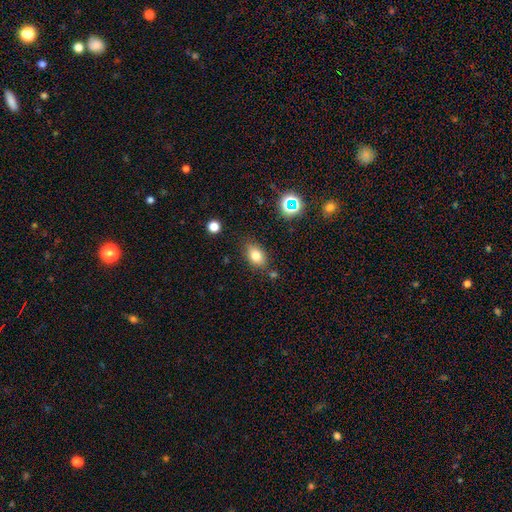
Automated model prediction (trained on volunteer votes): smooth 78%, star or artifact 12%, featured or disk 10%. Down the decision tree: how rounded — in between (80%); merging — none (78%).